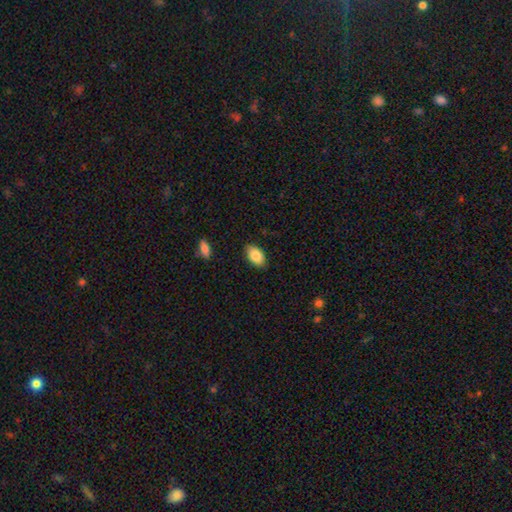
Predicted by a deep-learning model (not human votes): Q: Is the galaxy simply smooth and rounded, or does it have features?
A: smooth — 86%.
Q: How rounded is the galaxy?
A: in between — 93%.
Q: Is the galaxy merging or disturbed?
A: none — 86%.